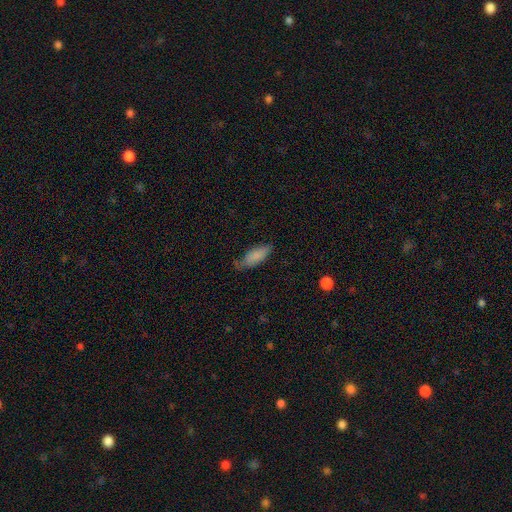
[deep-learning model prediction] A smooth galaxy with no disk features (82%) that is in between round and cigar-shaped (73%). Merging: none (61%).